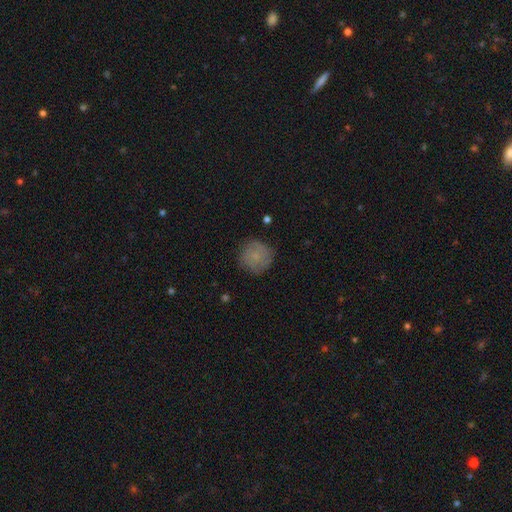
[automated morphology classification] smooth_or_featured: smooth (p=0.70) [alt: featured or disk p=0.21]
how_rounded: round (p=0.92) [alt: in between p=0.07]
merging: none (p=0.79) [alt: minor disturbance p=0.16]